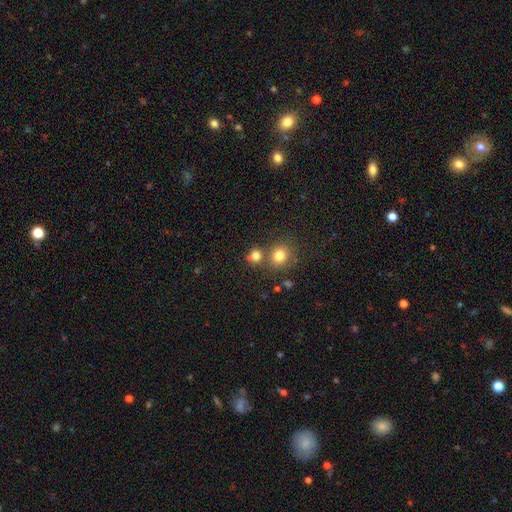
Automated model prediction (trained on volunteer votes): Morphology: type=smooth (78%); roundness=round (80%); merging=none (59%).